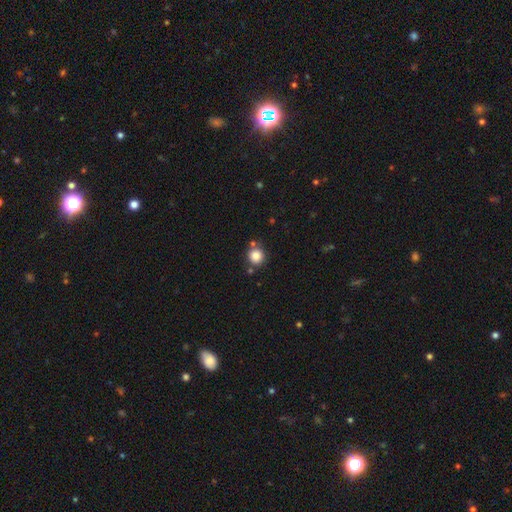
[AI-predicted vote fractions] The model was most divided on "merging": none: 76%, merger: 11%, minor disturbance: 10%, major disturbance: 3%. More confident: how rounded — round (92%); smooth or featured — smooth (83%).